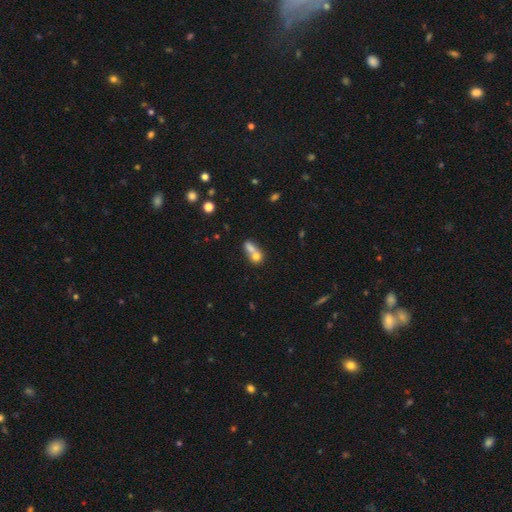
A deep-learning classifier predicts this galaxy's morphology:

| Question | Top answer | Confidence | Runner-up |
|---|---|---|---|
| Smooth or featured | smooth | 70% | featured or disk (19%) |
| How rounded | round | 47% | tied: in between (47%) |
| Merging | merger | 67% | none (23%) |